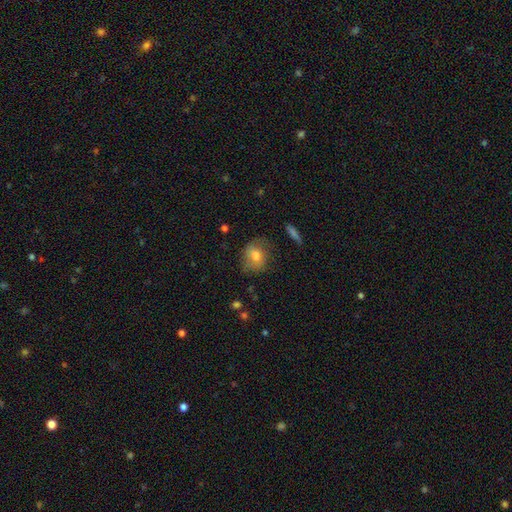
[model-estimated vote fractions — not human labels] smooth-or-featured: smooth: 70% | featured or disk: 21% | star or artifact: 9%
  how-rounded: round: 50% | in between: 49% | cigar-shaped: 2%
  merging: none: 63% | minor disturbance: 25% | major disturbance: 10% | merger: 2%